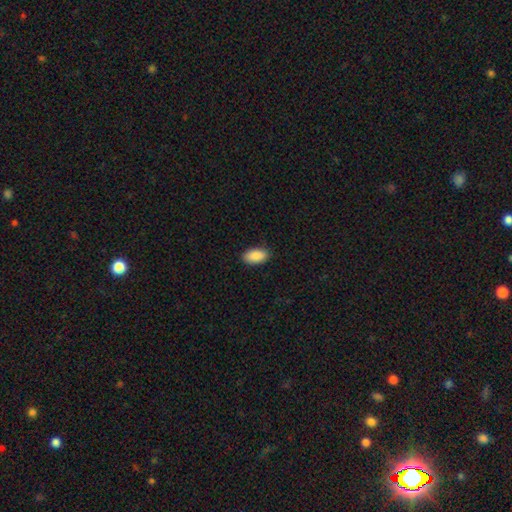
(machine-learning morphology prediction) A smooth galaxy with no disk features (90%) that is in between round and cigar-shaped (95%).

Vote fractions:
- Smooth or featured? smooth: 90% / star or artifact: 6% / featured or disk: 4%
- How rounded? in between: 95% / round: 3% / cigar-shaped: 2%
- Merging? none: 89% / minor disturbance: 8% / major disturbance: 2% / merger: 1%